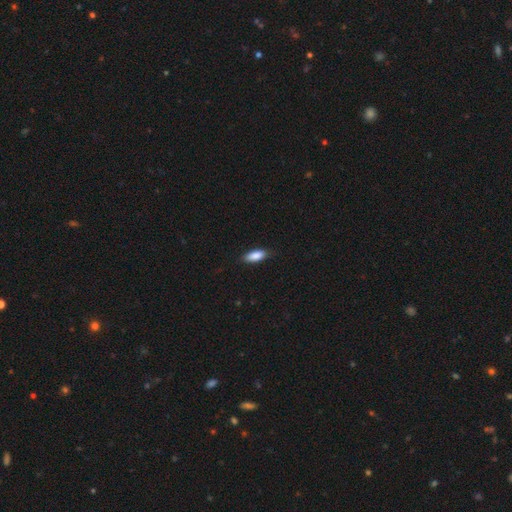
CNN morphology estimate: The model was most divided on "how rounded": in between: 79%, cigar-shaped: 19%, round: 2%. More confident: smooth or featured — smooth (87%); merging — none (83%).